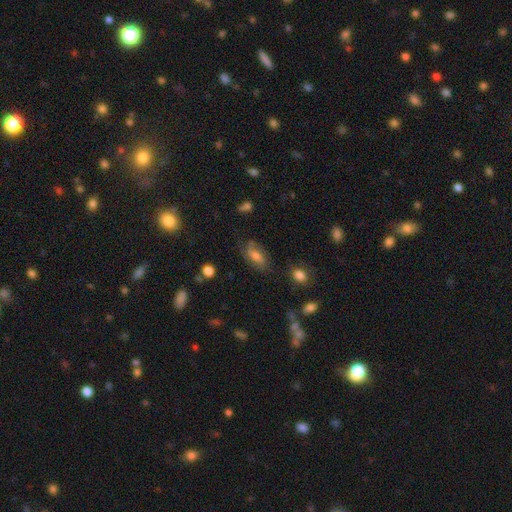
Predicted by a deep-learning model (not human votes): A smooth galaxy with no disk features (48%). Merging: none (63%).